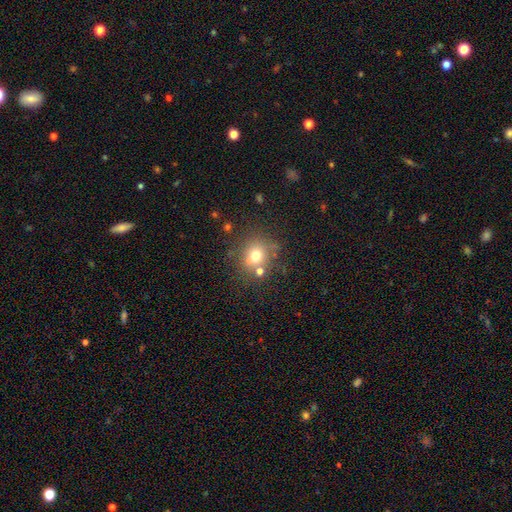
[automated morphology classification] The model was most divided on "smooth or featured": smooth: 69%, star or artifact: 16%, featured or disk: 15%. More confident: how rounded — round (80%); merging — none (67%).